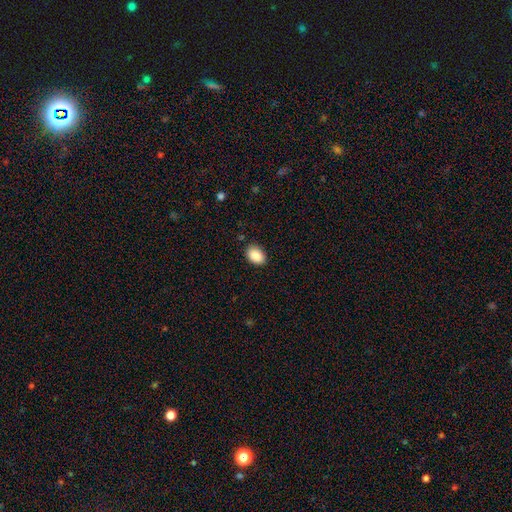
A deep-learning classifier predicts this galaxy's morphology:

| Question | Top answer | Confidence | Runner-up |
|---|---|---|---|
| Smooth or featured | smooth | 90% | star or artifact (7%) |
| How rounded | in between | 83% | round (16%) |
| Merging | none | 87% | minor disturbance (10%) |